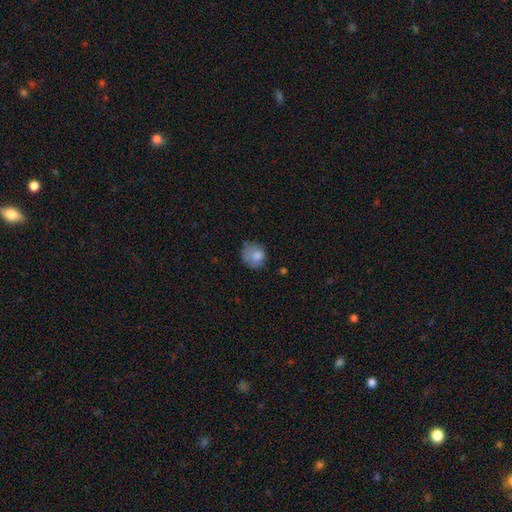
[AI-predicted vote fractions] Smooth or featured: smooth — 79% (featured or disk — 12%)
How rounded: round — 77% (in between — 22%)
Merging: none — 55% (minor disturbance — 29%)